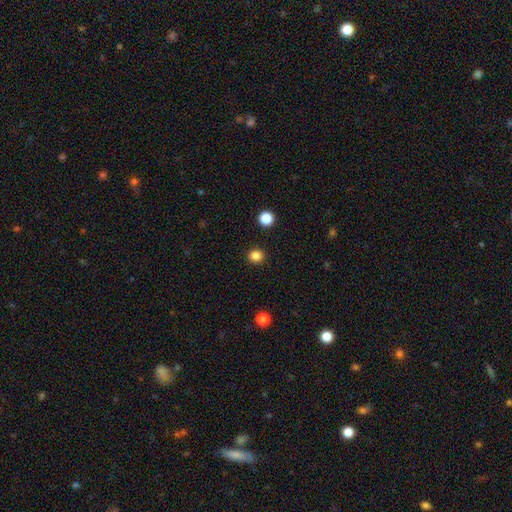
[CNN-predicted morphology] This appears to be a smooth galaxy with no disk features (84%) that is round (89%). Merging: none (92%).